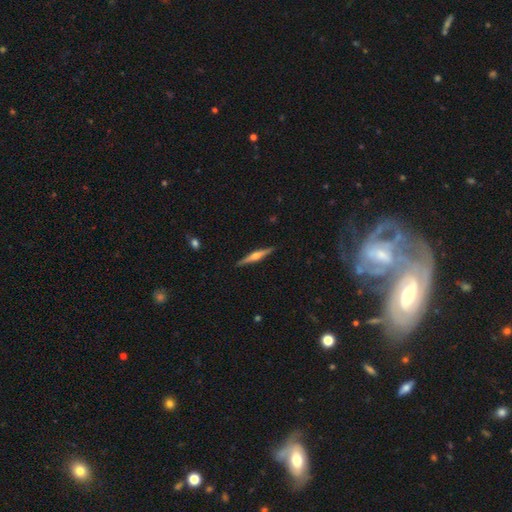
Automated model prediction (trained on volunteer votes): The model was most divided on "smooth or featured": featured or disk: 73%, smooth: 21%, star or artifact: 5%. More confident: edge-on disk — yes (98%); merging — none (91%); edge-on bulge — rounded (87%).